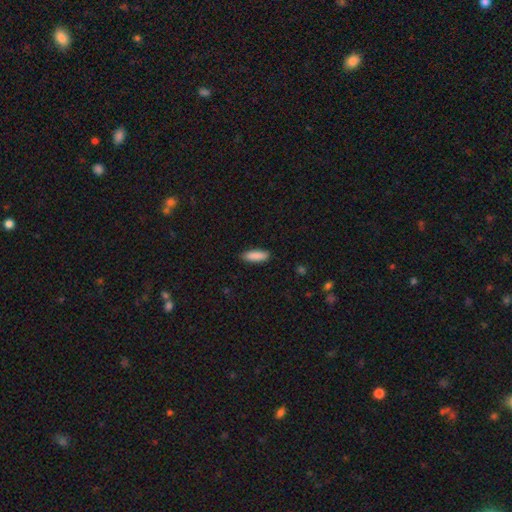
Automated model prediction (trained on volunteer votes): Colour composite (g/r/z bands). It shows a smooth galaxy with no disk features (90%) that is in between round and cigar-shaped (59%). Merging: none (88%).